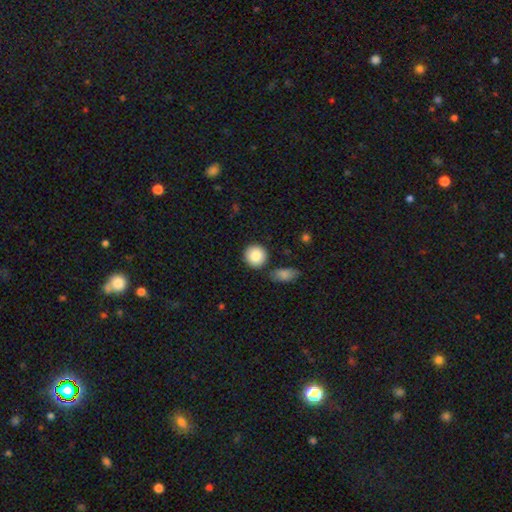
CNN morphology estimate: Smooth or featured: smooth — 87% (star or artifact — 7%)
How rounded: round — 91% (in between — 8%)
Merging: none — 83% (minor disturbance — 9%)